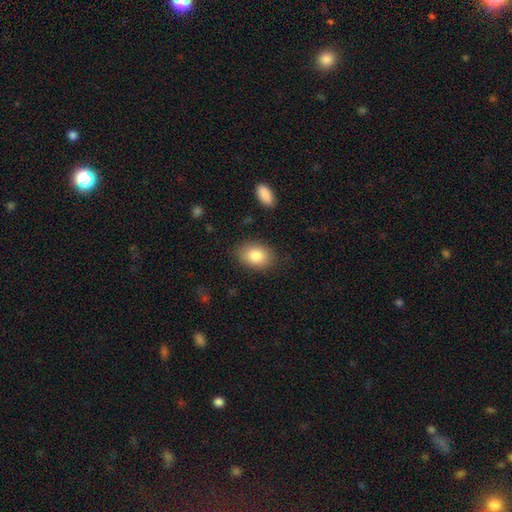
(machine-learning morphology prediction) smooth-or-featured: smooth: 84% | featured or disk: 8% | star or artifact: 7%
  how-rounded: in between: 81% | round: 18% | cigar-shaped: 1%
  merging: none: 82% | minor disturbance: 13% | major disturbance: 4% | merger: 2%